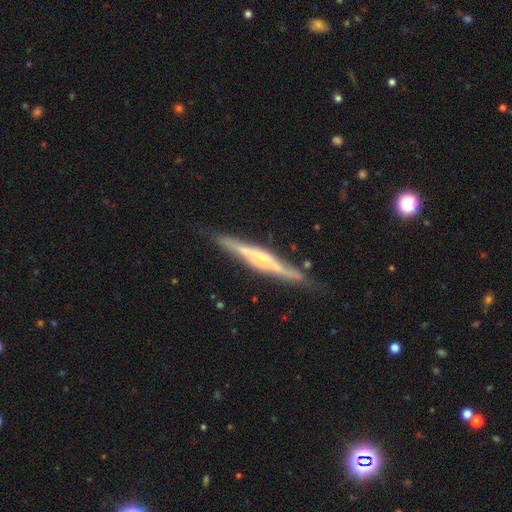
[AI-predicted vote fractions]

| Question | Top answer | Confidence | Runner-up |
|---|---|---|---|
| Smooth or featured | featured or disk | 78% | smooth (17%) |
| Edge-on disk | yes | 95% | no (5%) |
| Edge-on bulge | rounded | 61% | none (21%) |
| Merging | none | 81% | minor disturbance (14%) |